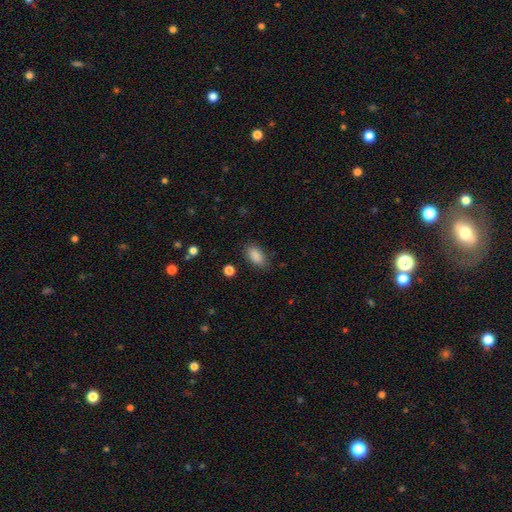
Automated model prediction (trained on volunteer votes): The model was most divided on "merging": none: 82%, minor disturbance: 13%, major disturbance: 3%, merger: 1%. More confident: how rounded — in between (91%); smooth or featured — smooth (88%).